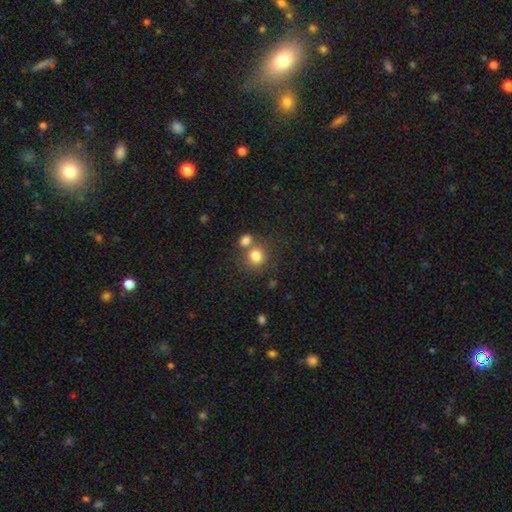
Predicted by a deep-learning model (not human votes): Smooth or featured? Predicted: smooth (p=0.81). How rounded? Predicted: round (p=0.85). Merging? Predicted: none (p=0.58).